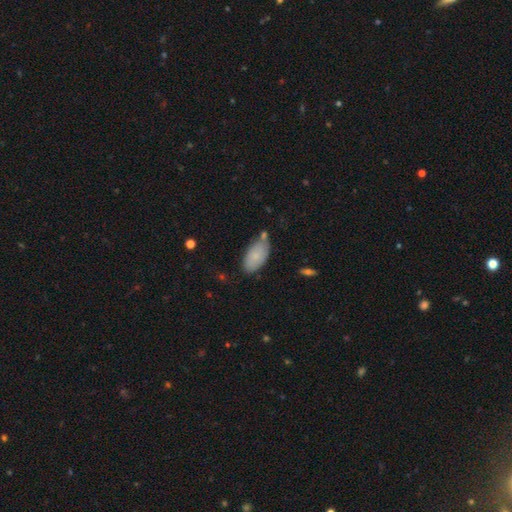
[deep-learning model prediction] smooth_or_featured: smooth (p=0.82) [alt: featured or disk p=0.12]
how_rounded: in between (p=0.94) [alt: cigar-shaped p=0.04]
merging: none (p=0.64) [alt: minor disturbance p=0.23]